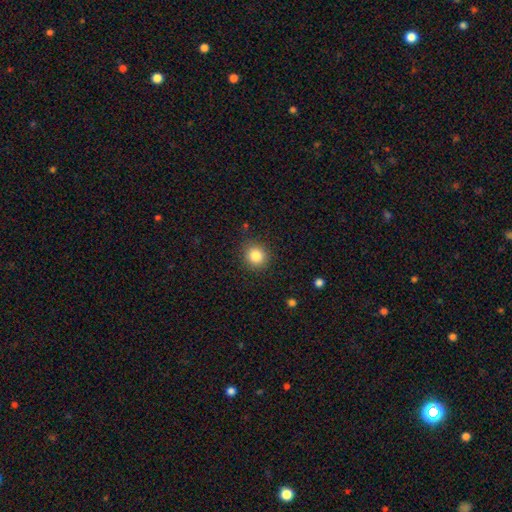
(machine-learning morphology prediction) A smooth galaxy with no disk features (84%) that is round (87%).

Vote fractions:
- Smooth or featured? smooth: 84% / star or artifact: 11% / featured or disk: 5%
- How rounded? round: 87% / in between: 12% / cigar-shaped: 1%
- Merging? none: 88% / minor disturbance: 8% / major disturbance: 3% / merger: 1%